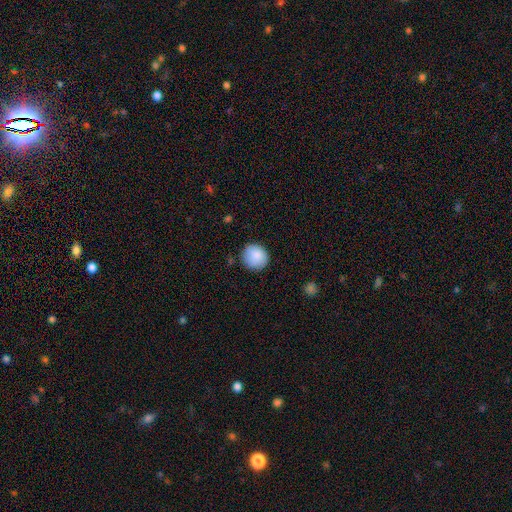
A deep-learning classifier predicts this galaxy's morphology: Smooth or featured? smooth (88%)
How rounded? round (91%)
Merging? none (86%)